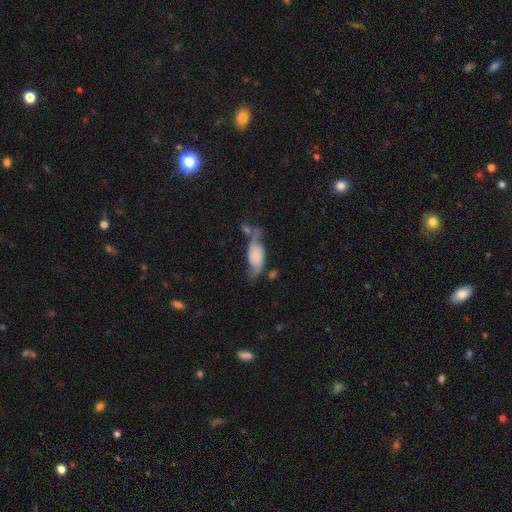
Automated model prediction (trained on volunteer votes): Smooth or featured? featured or disk (52%)
Edge-on disk? no (89%)
Merging? none (37%)